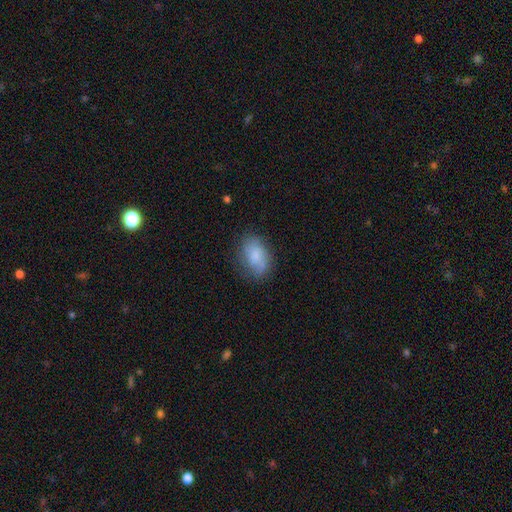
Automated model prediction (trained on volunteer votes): Overall: smooth (72%). How rounded: in between (87%). Merging: none (70%).